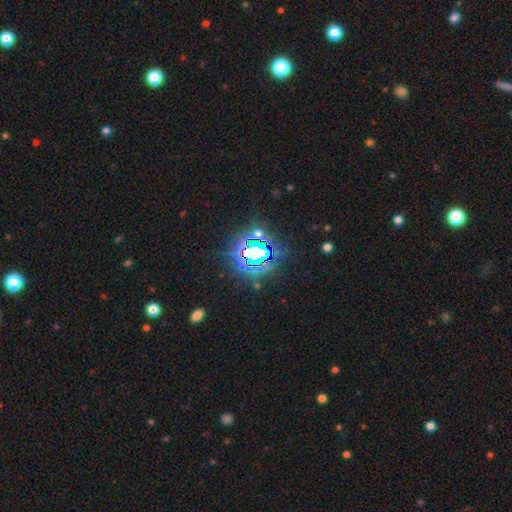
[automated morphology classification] Smooth or featured? star or artifact (78%)